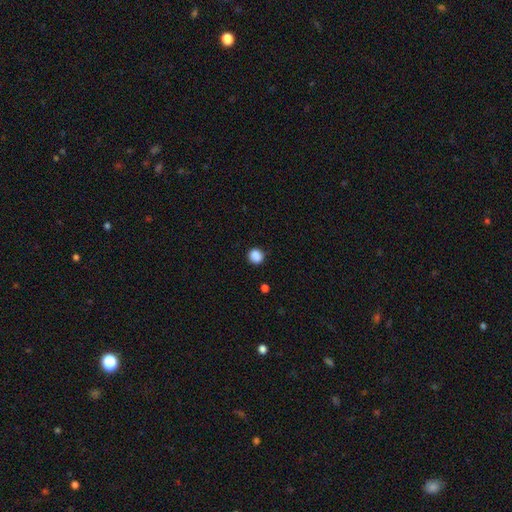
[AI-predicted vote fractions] The model was most divided on "smooth or featured": smooth: 88%, star or artifact: 10%, featured or disk: 3%. More confident: how rounded — round (90%); merging — none (88%).